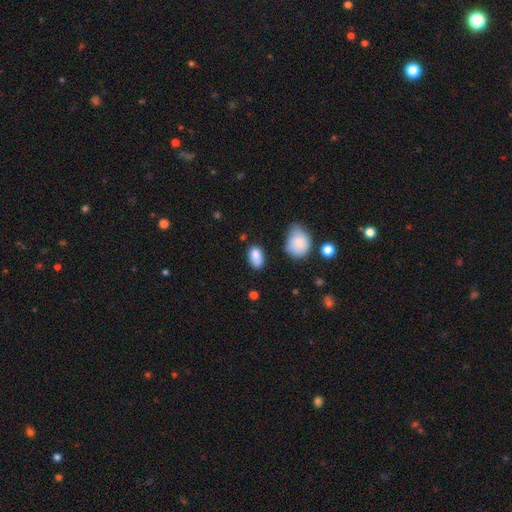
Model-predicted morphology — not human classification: Smooth or featured?
  - smooth: 85% *
  - star or artifact: 8%
  - featured or disk: 7%
How rounded?
  - in between: 89% *
  - round: 9%
  - cigar-shaped: 2%
Merging?
  - none: 64% *
  - minor disturbance: 26%
  - major disturbance: 6%
  - merger: 5%